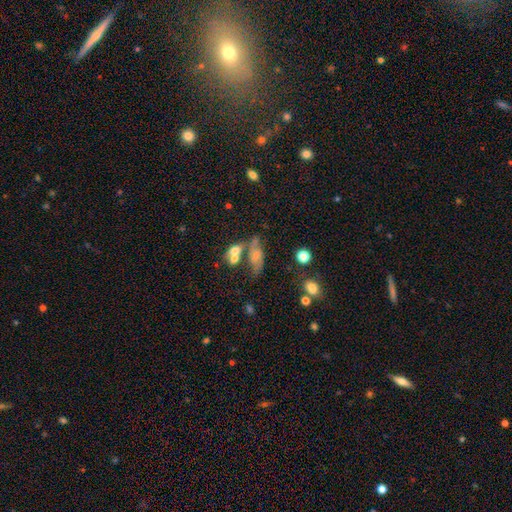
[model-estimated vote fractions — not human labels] This is marginally a smooth galaxy (45%). Merging: marginally none (36%).